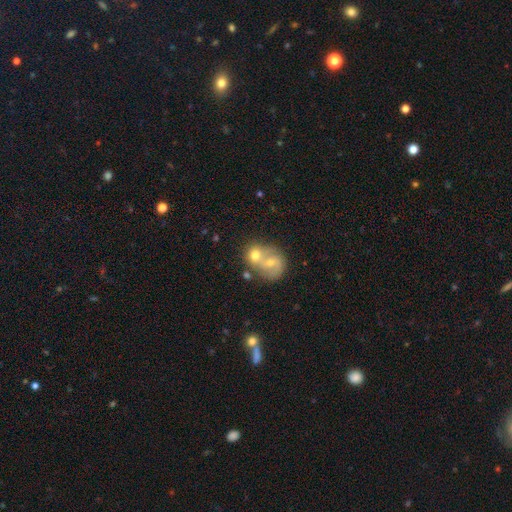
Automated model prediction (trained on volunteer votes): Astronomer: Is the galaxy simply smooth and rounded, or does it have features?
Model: smooth — 46% (runner-up: featured or disk, 35%).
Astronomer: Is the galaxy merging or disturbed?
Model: merger — 50% (runner-up: none, 34%).